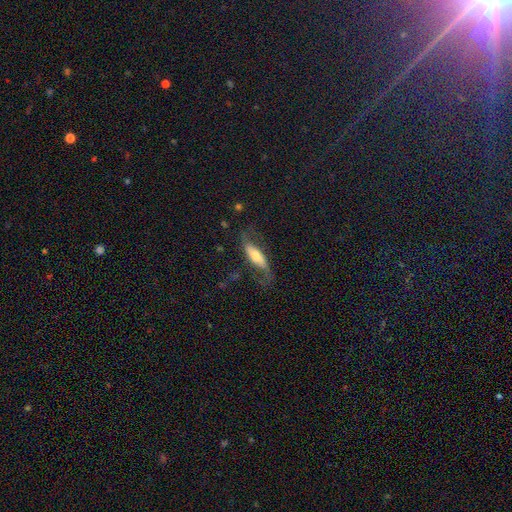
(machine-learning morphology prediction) smooth-or-featured: featured or disk: 62% | smooth: 31% | star or artifact: 7%
  disk-edge-on: no: 74% | yes: 26%
  merging: none: 61% | minor disturbance: 20% | major disturbance: 17% | merger: 2%